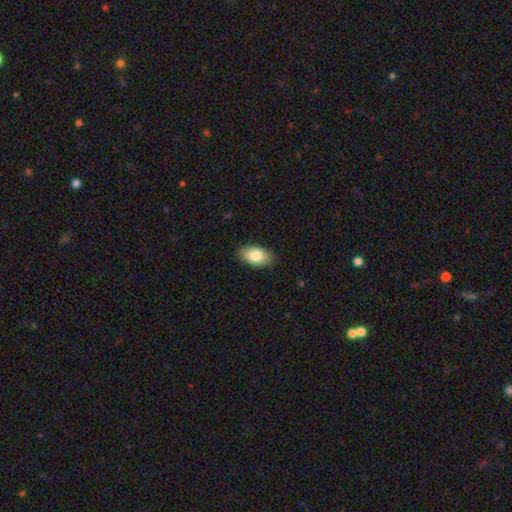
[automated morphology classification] Smooth or featured? Predicted: smooth (p=0.83). How rounded? Predicted: in between (p=0.93). Merging? Predicted: none (p=0.87).